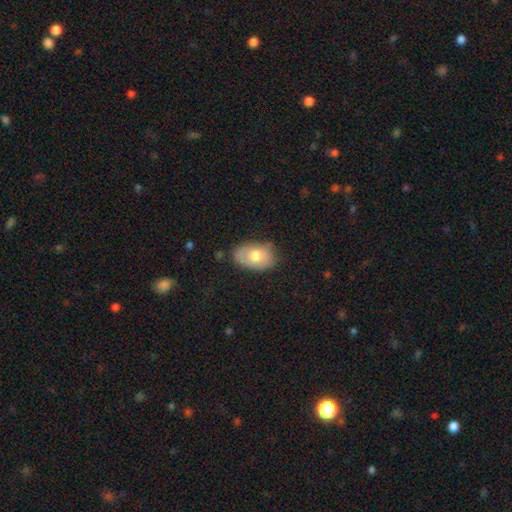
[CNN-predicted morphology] Smooth or featured? smooth (71%)
How rounded? in between (88%)
Merging? none (69%)